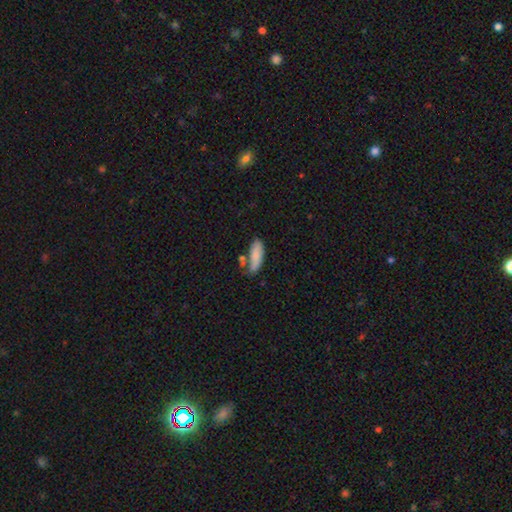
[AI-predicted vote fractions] smooth 82%, featured or disk 11%, star or artifact 6%. Down the decision tree: how rounded — in between (69%); merging — none (57%).